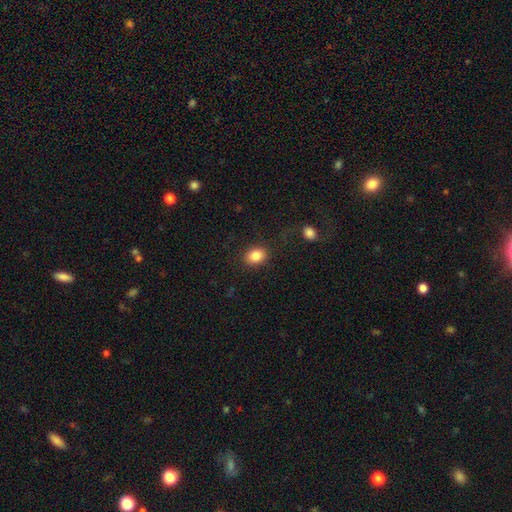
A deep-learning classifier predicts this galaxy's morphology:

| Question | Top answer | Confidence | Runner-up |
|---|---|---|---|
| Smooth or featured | smooth | 85% | star or artifact (9%) |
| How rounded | in between | 58% | round (41%) |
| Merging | none | 85% | minor disturbance (9%) |